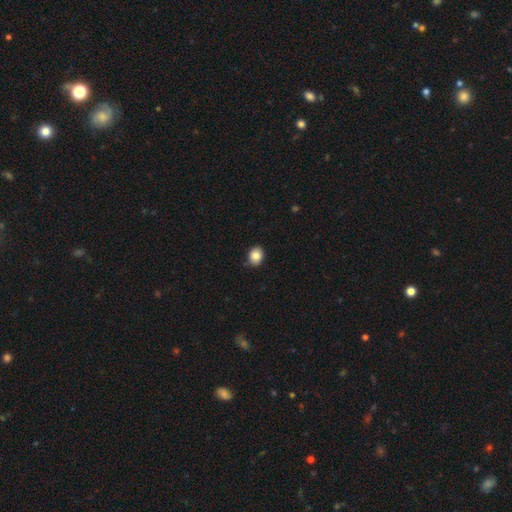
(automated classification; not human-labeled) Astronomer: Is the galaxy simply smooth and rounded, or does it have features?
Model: smooth — 86%.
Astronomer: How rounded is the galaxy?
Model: in between — 53% (runner-up: round, 46%).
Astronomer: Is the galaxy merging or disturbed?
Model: none — 85%.